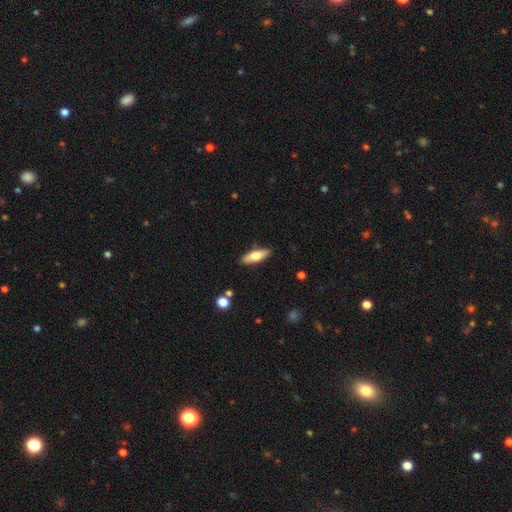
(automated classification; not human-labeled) Q: Smooth or featured?
A: smooth (64%); runner-up: featured or disk (30%)
Q: How rounded?
A: in between (53%); runner-up: cigar-shaped (44%)
Q: Merging?
A: none (87%); runner-up: minor disturbance (9%)